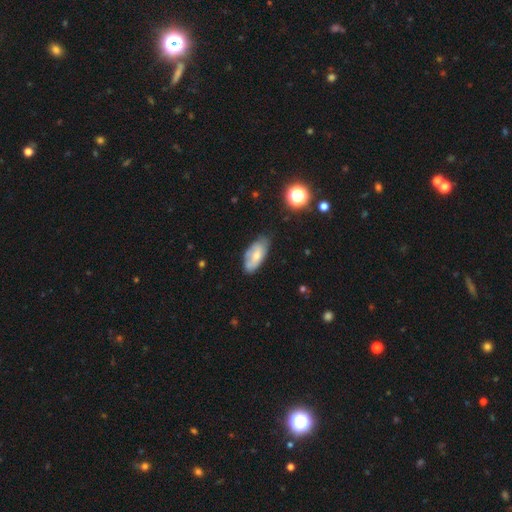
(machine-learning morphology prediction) type=smooth (63%); roundness=in between (90%); merging=none (61%).